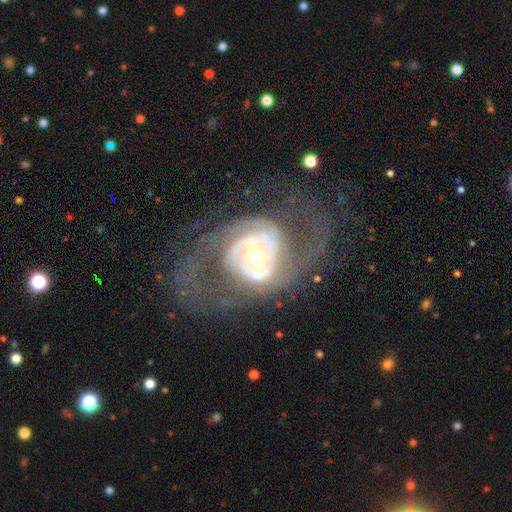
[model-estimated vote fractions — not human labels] smooth-or-featured: featured or disk: 87% | smooth: 8% | star or artifact: 5%
  disk-edge-on: no: 97% | yes: 3%
    bar: no: 59% | weak: 27% | strong: 15%
    has-spiral-arms: yes: 86% | no: 14%
      spiral-winding: medium: 39% (tied) | tight: 39% (tied) | loose: 22%
      spiral-arm-count: 2: 62% | can't tell: 16% | 3: 9% | 1: 6% | 4: 3% | more than 4: 3%
    bulge-size: moderate: 68% | small: 19% | large: 10% | dominant: 1% | none: 1%
  merging: none: 53% | major disturbance: 30% | minor disturbance: 16% | merger: 2%